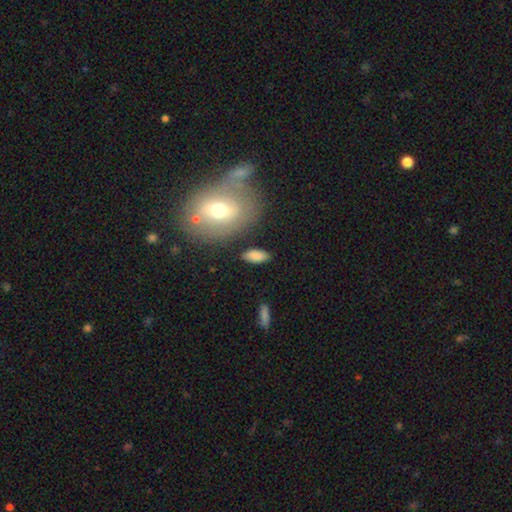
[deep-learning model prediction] Morphology: type=smooth (83%); roundness=in between (83%); merging=none (82%).